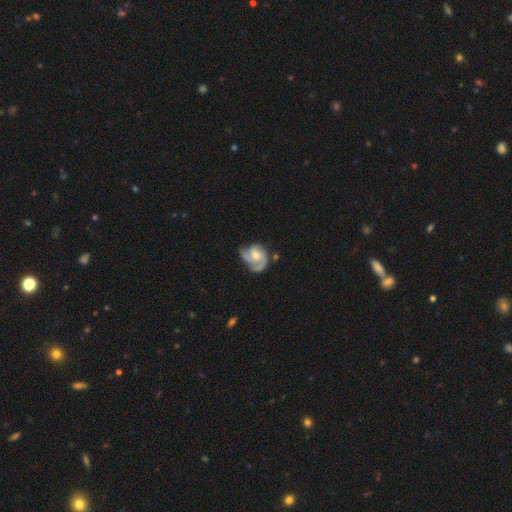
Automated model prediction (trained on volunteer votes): Smooth or featured? featured or disk (82%)
Edge-on disk? no (98%)
Bar? no (68%)
Spiral arms? yes (95%)
Spiral winding? medium (45%)
Spiral arm count? 3 (38%, tied with 2)
Bulge size? moderate (53%)
Merging? none (49%)